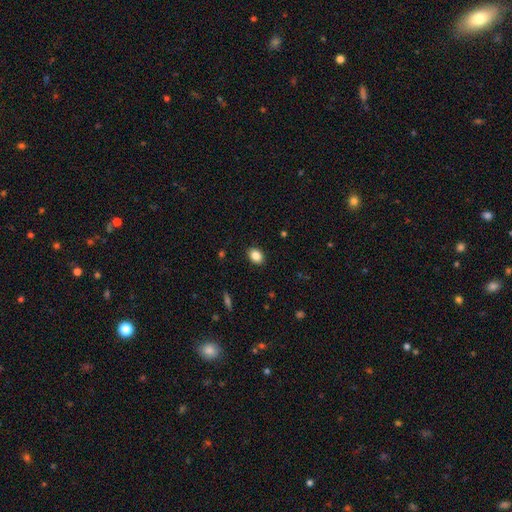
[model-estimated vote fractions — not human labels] smooth 86%, star or artifact 9%, featured or disk 5%. Down the decision tree: how rounded — in between (70%); merging — none (90%).